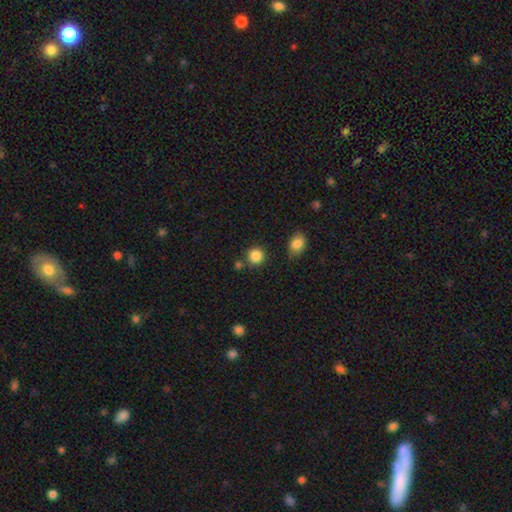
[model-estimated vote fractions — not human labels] smooth_or_featured: smooth (p=0.85) [alt: star or artifact p=0.11]
how_rounded: round (p=0.91) [alt: in between p=0.08]
merging: none (p=0.81) [alt: minor disturbance p=0.09]